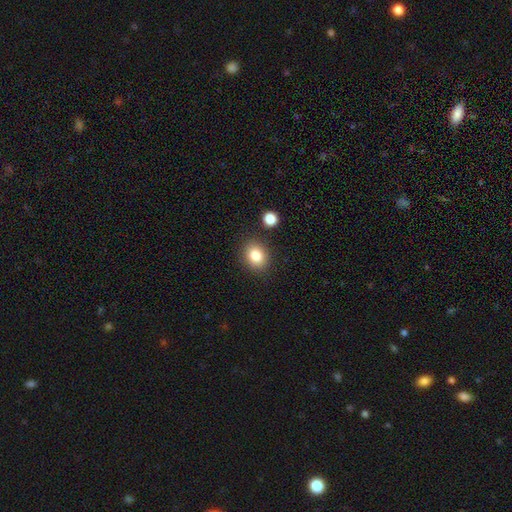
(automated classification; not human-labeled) Smooth or featured? Predicted: smooth (p=0.83). How rounded? Predicted: round (p=0.58). Merging? Predicted: none (p=0.86).